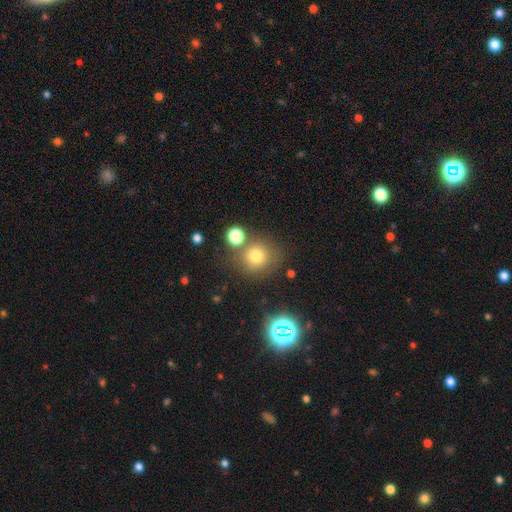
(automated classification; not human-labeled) The model was most divided on "merging": none: 70%, merger: 14%, minor disturbance: 11%, major disturbance: 5%. More confident: how rounded — round (89%); smooth or featured — smooth (74%).